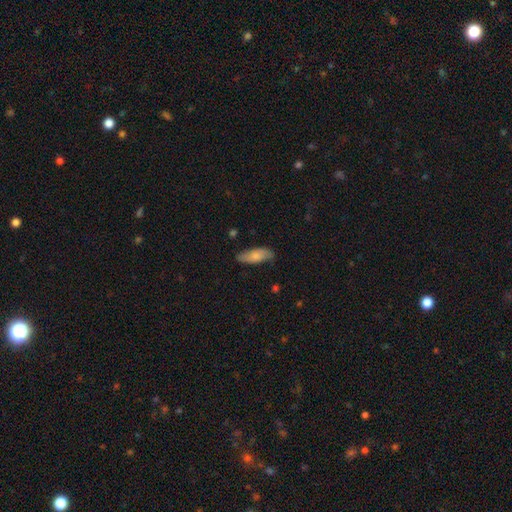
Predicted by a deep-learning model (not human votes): smooth 74%, featured or disk 21%, star or artifact 6%. Down the decision tree: how rounded — in between (70%); merging — none (78%).